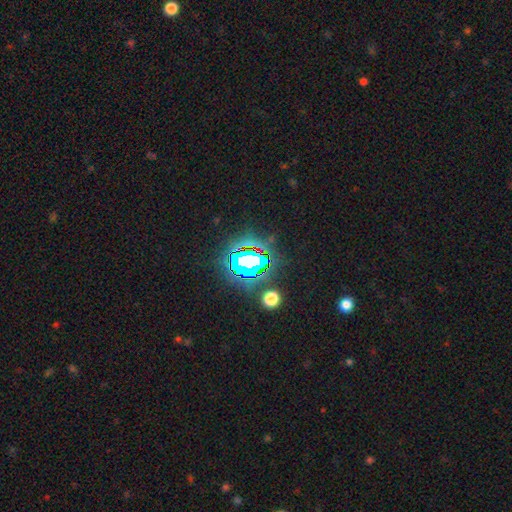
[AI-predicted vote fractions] Smooth or featured? Predicted: star or artifact (p=0.79).